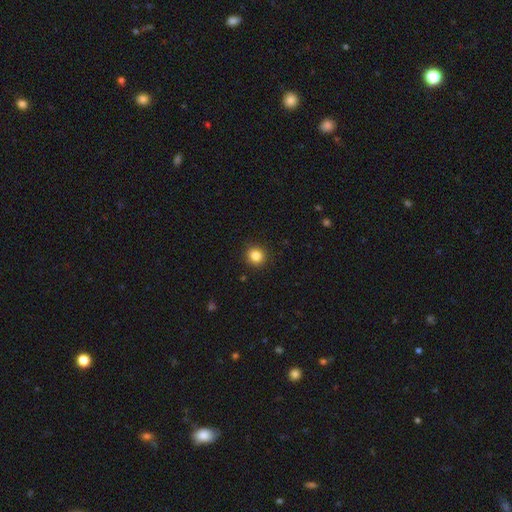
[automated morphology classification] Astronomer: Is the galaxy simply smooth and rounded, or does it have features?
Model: smooth — 84%.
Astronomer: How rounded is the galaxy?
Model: round — 90%.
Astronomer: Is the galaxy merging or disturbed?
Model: none — 92%.